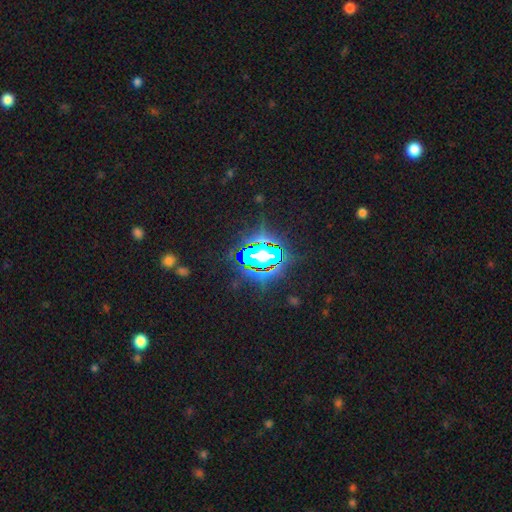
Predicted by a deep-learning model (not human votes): Smooth or featured? Predicted: star or artifact (p=0.77).